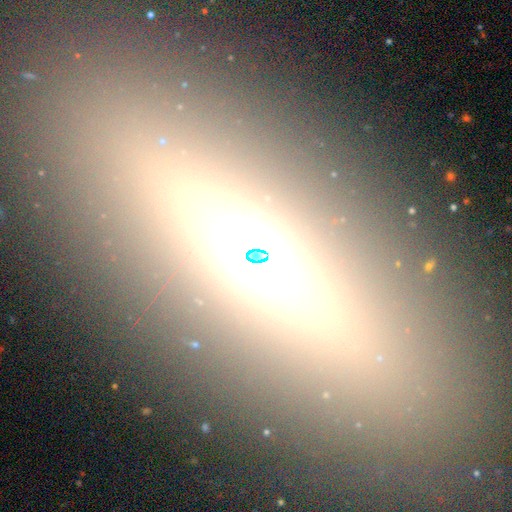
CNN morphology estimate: type=featured or disk (47%); merging=none (86%).